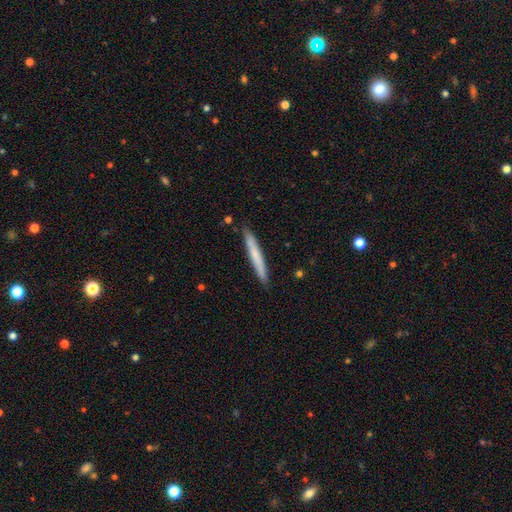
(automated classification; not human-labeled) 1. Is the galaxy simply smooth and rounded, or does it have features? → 65% smooth, 30% featured or disk, 5% star or artifact.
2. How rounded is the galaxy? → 96% cigar-shaped, 3% in between, 1% round.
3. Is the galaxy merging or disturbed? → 89% none, 8% minor disturbance, 1% merger, 1% major disturbance.